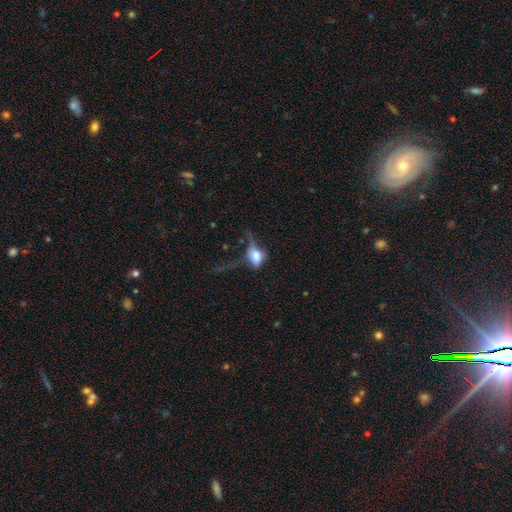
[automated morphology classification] smooth 63%, featured or disk 25%, star or artifact 12%. Down the decision tree: how rounded — in between (65%); merging — major disturbance (43%).